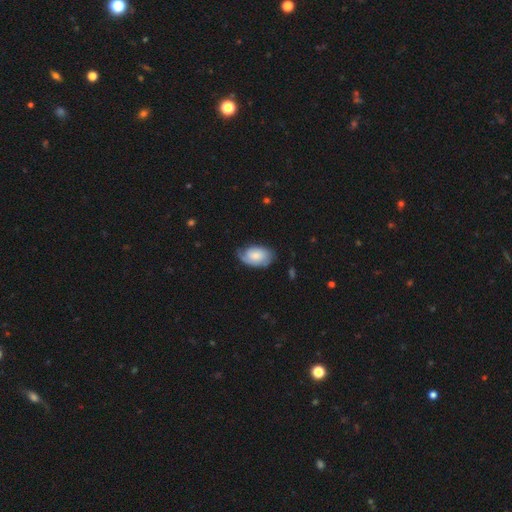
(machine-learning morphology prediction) type=featured or disk (47%, tied with smooth); merging=none (60%).